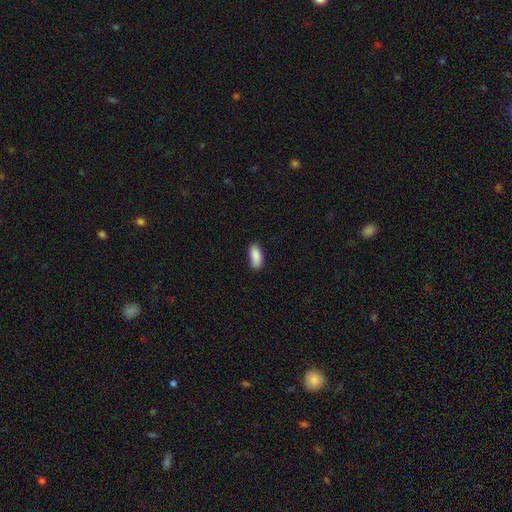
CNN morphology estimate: Smooth or featured?
  - smooth: 89% *
  - star or artifact: 7%
  - featured or disk: 4%
How rounded?
  - in between: 86% *
  - cigar-shaped: 12%
  - round: 2%
Merging?
  - none: 78% *
  - minor disturbance: 18%
  - major disturbance: 3%
  - merger: 1%